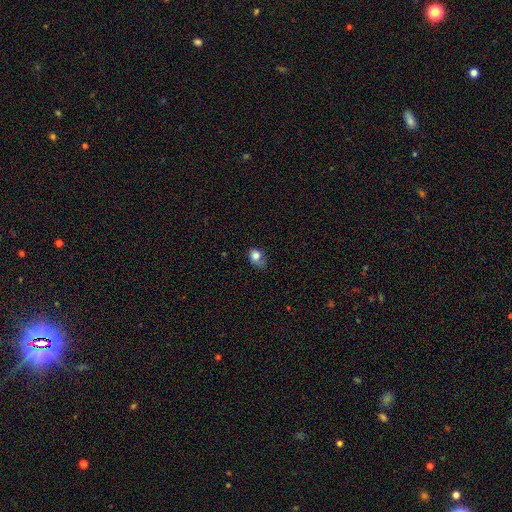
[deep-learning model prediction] A smooth galaxy with no disk features (79%) that is in between round and cigar-shaped (51%).

Vote fractions:
- Smooth or featured? smooth: 79% / featured or disk: 11% / star or artifact: 10%
- How rounded? in between: 51% / round: 47% / cigar-shaped: 1%
- Merging? minor disturbance: 40% / none: 39% / major disturbance: 19% / merger: 3%